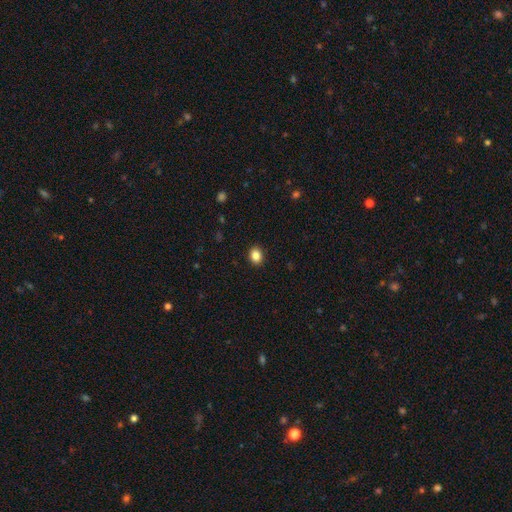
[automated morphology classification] This is clearly a smooth galaxy (86%). How rounded: possibly in between (51%). Merging: clearly none (91%).